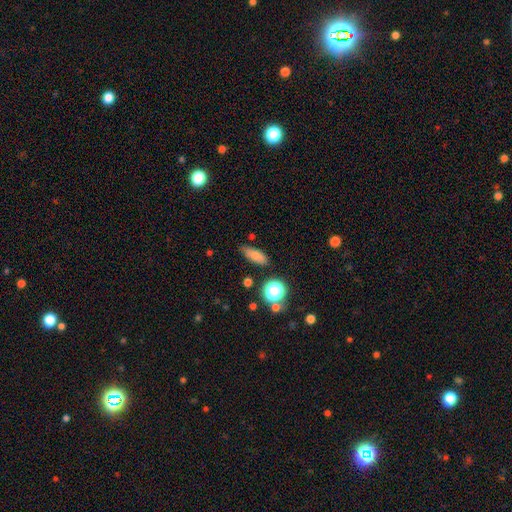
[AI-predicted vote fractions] Overall: smooth (78%). How rounded: in between (63%; cigar-shaped 28%). Merging: none (76%).